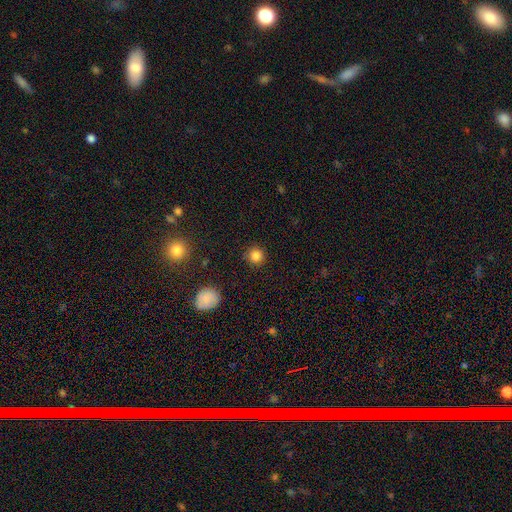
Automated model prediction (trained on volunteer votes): This is clearly a smooth galaxy (84%). How rounded: clearly round (94%). Merging: clearly none (90%).